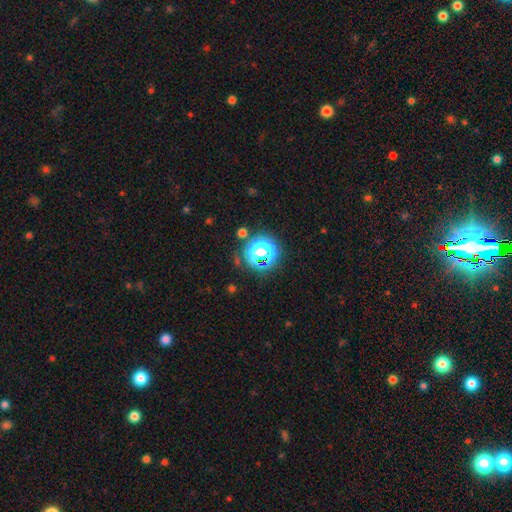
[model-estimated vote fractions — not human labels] smooth-or-featured: smooth: 48% | star or artifact: 41% | featured or disk: 12%
  merging: none: 69% | minor disturbance: 15% | major disturbance: 9% | merger: 7%